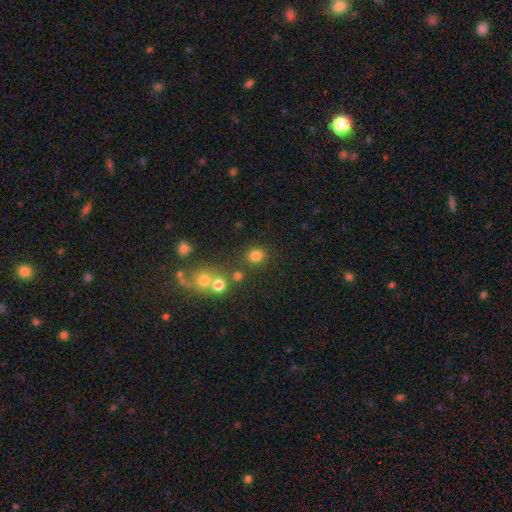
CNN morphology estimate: smooth_or_featured: smooth (p=0.80) [alt: star or artifact p=0.15]
how_rounded: round (p=0.82) [alt: in between p=0.17]
merging: none (p=0.80) [alt: minor disturbance p=0.08]